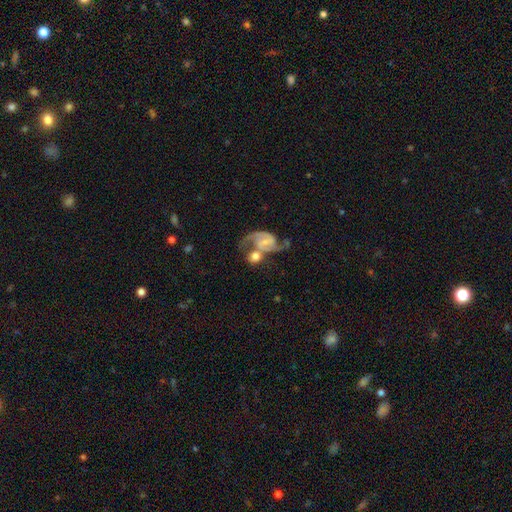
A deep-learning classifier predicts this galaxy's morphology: This is likely a featured or disk galaxy (67%). It is clearly not viewed edge-on (97%). Bar: marginally weak (44%). Spiral arm pattern: clearly yes (91%). Spiral arm count: clearly 2 (87%). Spiral winding: possibly medium (47%). Central bulge: possibly small (52%). Merging: marginally merger (44%).